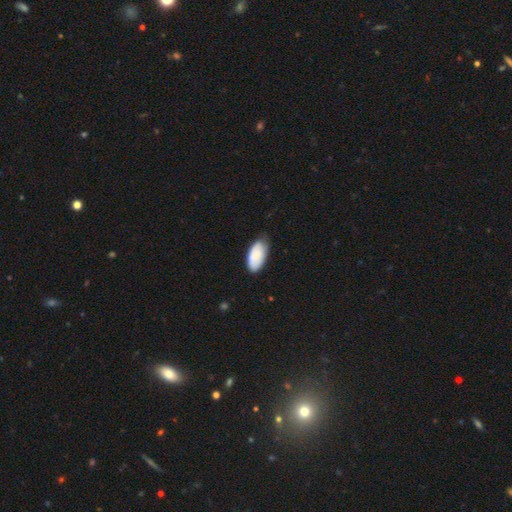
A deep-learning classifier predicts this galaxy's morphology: type=smooth (78%); roundness=in between (95%); merging=none (65%).